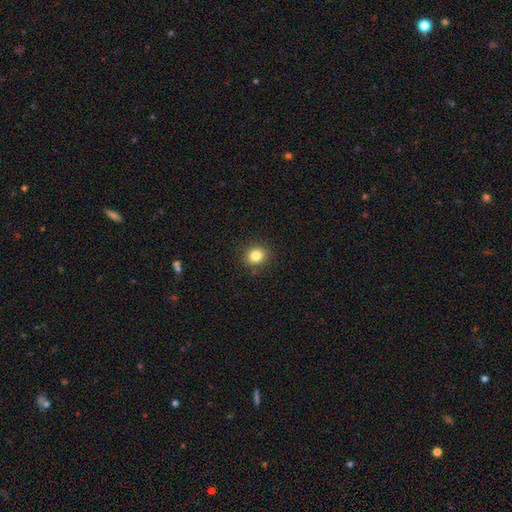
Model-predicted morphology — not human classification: A smooth galaxy with no disk features (83%) that is round (76%).

Vote fractions:
- Smooth or featured? smooth: 83% / star or artifact: 11% / featured or disk: 6%
- How rounded? round: 76% / in between: 23% / cigar-shaped: 1%
- Merging? none: 88% / minor disturbance: 9% / major disturbance: 2% / merger: 1%